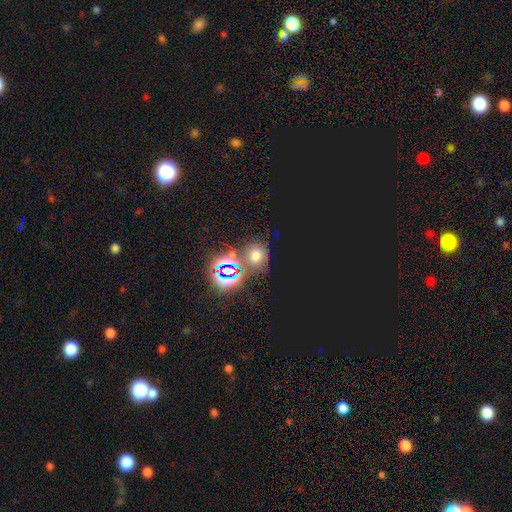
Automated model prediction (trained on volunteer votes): star or artifact 54%, smooth 36%, featured or disk 10%.